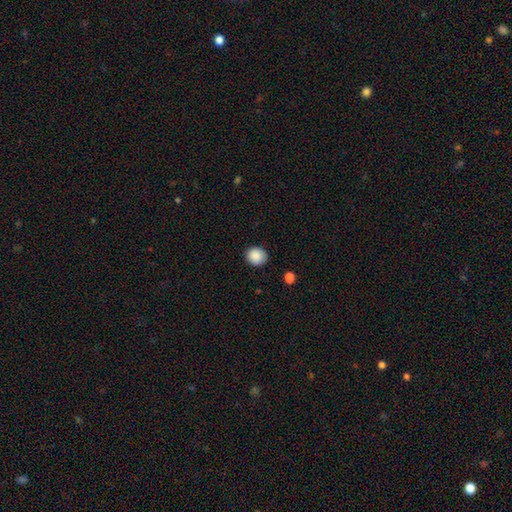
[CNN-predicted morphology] A smooth galaxy with no disk features (89%) that is round (81%).

Vote fractions:
- Smooth or featured? smooth: 89% / star or artifact: 8% / featured or disk: 3%
- How rounded? round: 81% / in between: 18% / cigar-shaped: 1%
- Merging? none: 88% / minor disturbance: 9% / major disturbance: 2% / merger: 1%